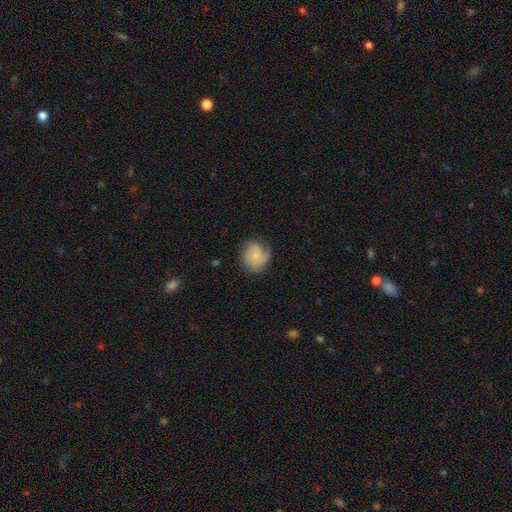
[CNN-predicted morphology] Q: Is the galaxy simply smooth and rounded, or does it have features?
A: smooth — 47%.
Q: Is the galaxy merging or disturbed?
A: none — 64%.